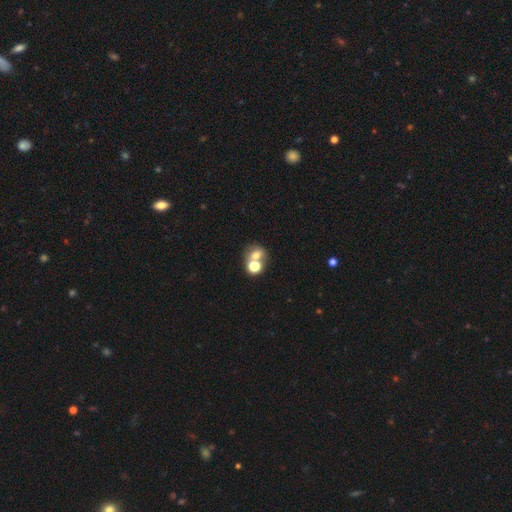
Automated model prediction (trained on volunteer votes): Q: Smooth or featured?
A: smooth (67%); runner-up: star or artifact (17%)
Q: How rounded?
A: round (66%); runner-up: in between (33%)
Q: Merging?
A: merger (48%); runner-up: none (39%)